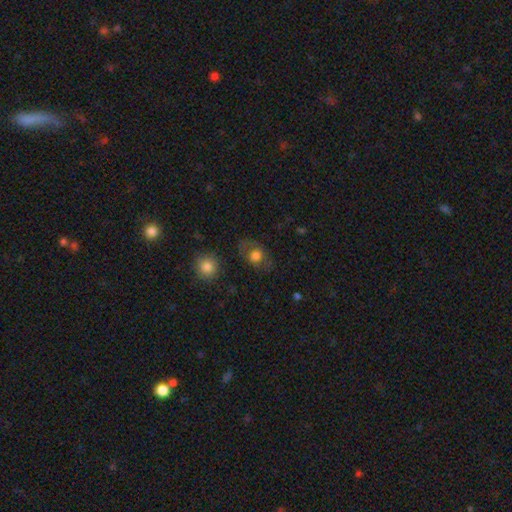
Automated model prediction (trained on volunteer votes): Morphology: type=smooth (66%); roundness=in between (58%); merging=none (72%).